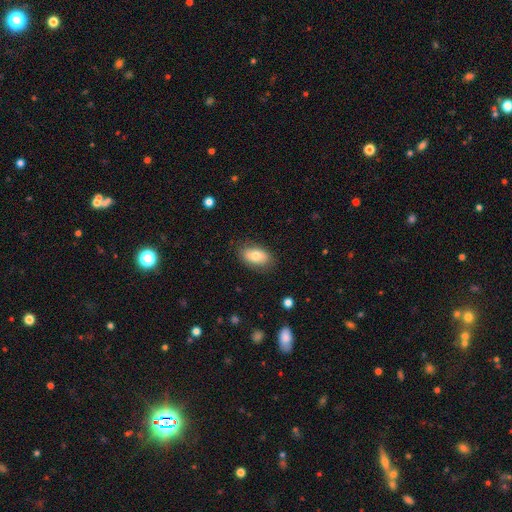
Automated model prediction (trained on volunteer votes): A smooth galaxy with no disk features (76%) that is in between round and cigar-shaped (91%). Merging: none (83%).